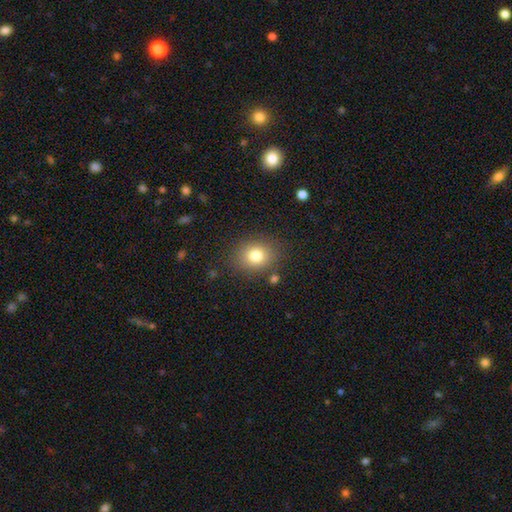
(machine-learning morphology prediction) This is likely a smooth galaxy (79%). How rounded: possibly round (59%). Merging: clearly none (82%).